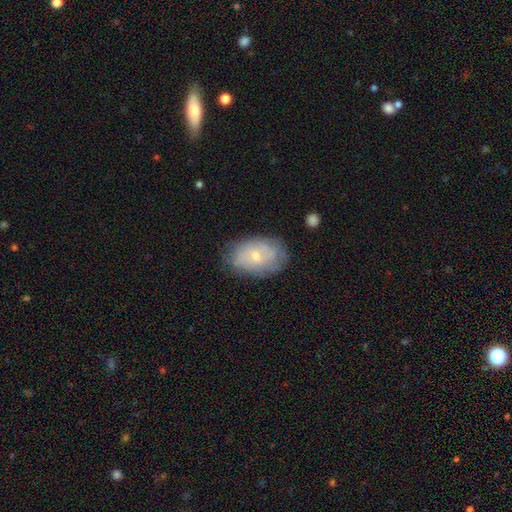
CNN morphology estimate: Smooth or featured: smooth — 52% (featured or disk — 40%)
How rounded: in between — 85% (round — 14%)
Merging: none — 72% (minor disturbance — 20%)